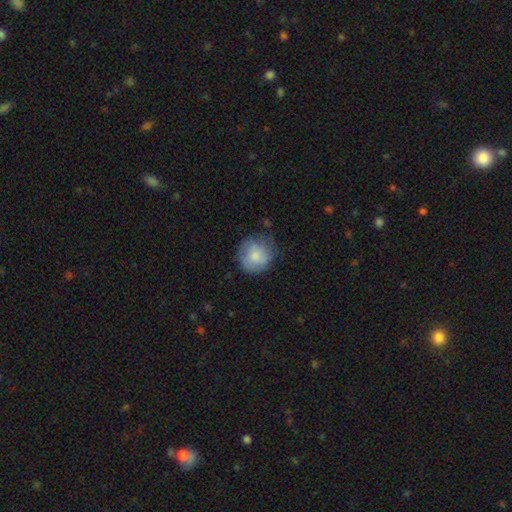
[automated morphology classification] Q: Smooth or featured?
A: smooth (77%); runner-up: featured or disk (16%)
Q: How rounded?
A: round (87%); runner-up: in between (12%)
Q: Merging?
A: none (60%); runner-up: minor disturbance (28%)